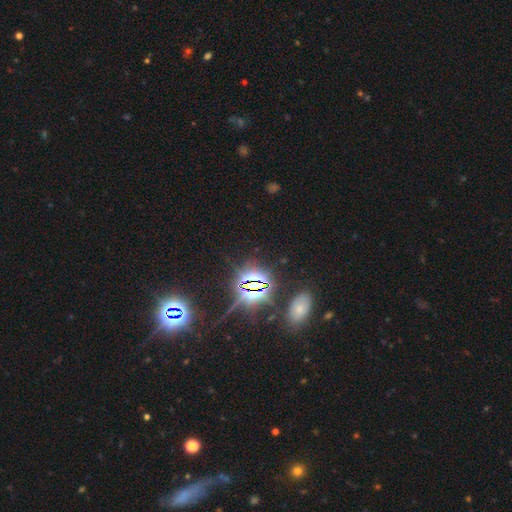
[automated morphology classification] Q: Smooth or featured?
A: star or artifact (75%); runner-up: smooth (17%)